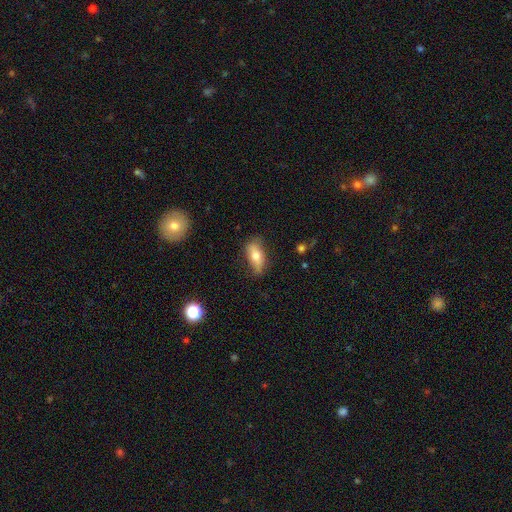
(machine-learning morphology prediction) Overall: smooth (67%). How rounded: in between (77%). Merging: none (69%).